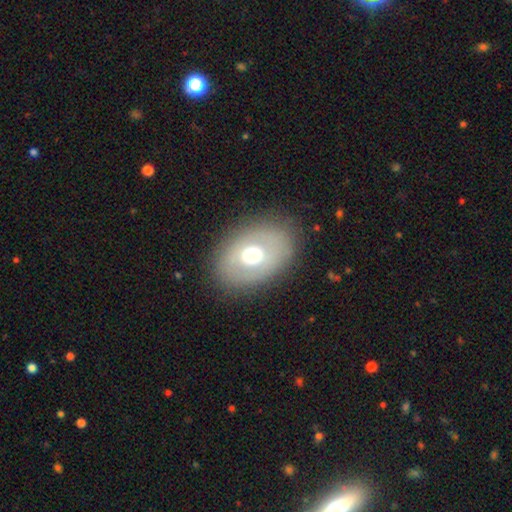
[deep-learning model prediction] This is possibly a smooth galaxy (52%). How rounded: likely in between (76%). Merging: clearly none (83%).